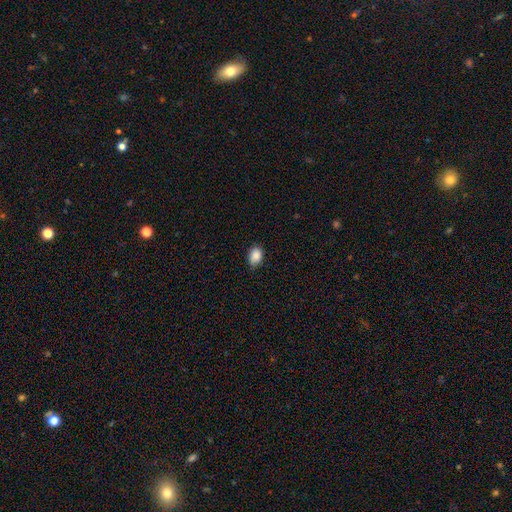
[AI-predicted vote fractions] Smooth or featured?
  - smooth: 87% *
  - star or artifact: 8%
  - featured or disk: 5%
How rounded?
  - in between: 78% *
  - round: 21%
  - cigar-shaped: 1%
Merging?
  - none: 76% *
  - minor disturbance: 21%
  - major disturbance: 3%
  - merger: 1%